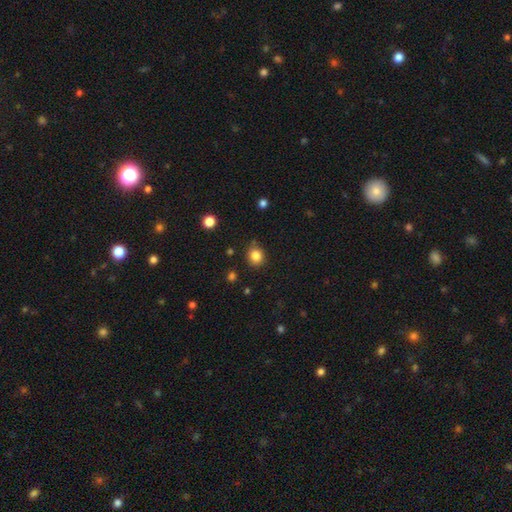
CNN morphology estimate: A smooth galaxy with no disk features (84%) that is round (82%). Merging: none (83%).